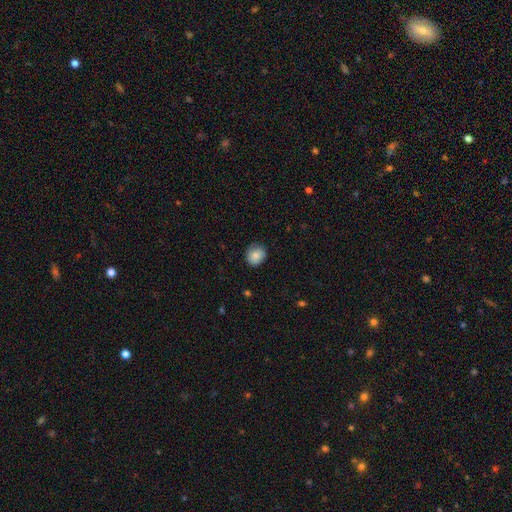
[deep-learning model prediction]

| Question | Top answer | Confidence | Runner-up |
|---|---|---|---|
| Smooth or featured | smooth | 84% | featured or disk (8%) |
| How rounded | round | 79% | in between (20%) |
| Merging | none | 78% | minor disturbance (18%) |